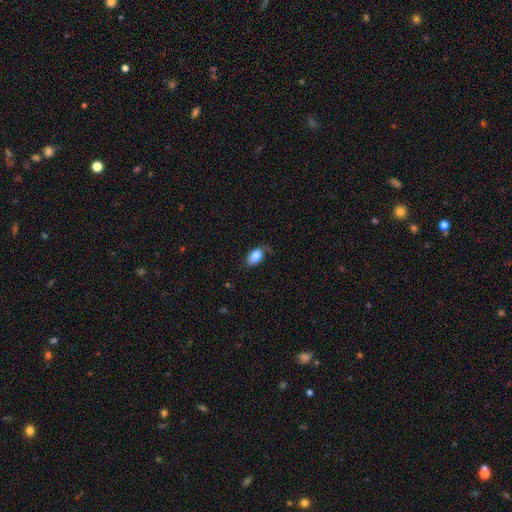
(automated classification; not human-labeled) smooth 83%, featured or disk 10%, star or artifact 7%. Down the decision tree: how rounded — in between (90%); merging — none (56%).